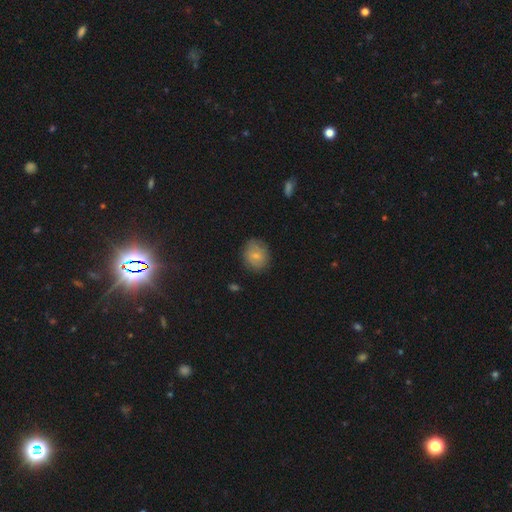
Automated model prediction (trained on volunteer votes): Smooth or featured: smooth — 73% (featured or disk — 19%)
How rounded: round — 64% (in between — 35%)
Merging: none — 81% (minor disturbance — 14%)